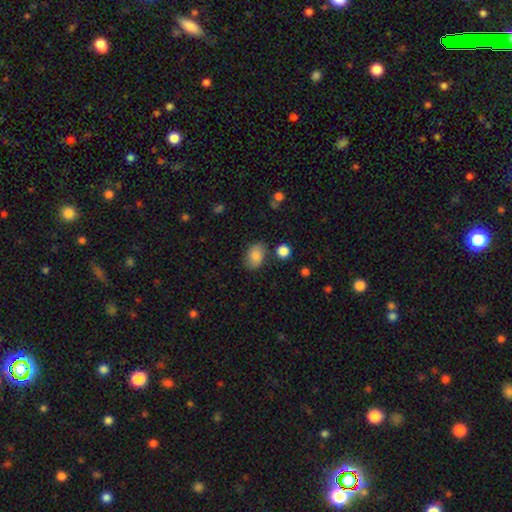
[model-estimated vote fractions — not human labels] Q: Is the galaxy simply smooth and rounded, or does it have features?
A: smooth — 83%.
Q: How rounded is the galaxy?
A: in between — 80%.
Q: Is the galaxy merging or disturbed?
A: none — 76%.